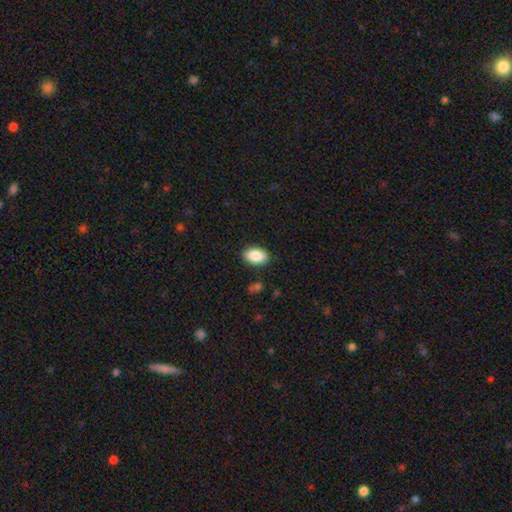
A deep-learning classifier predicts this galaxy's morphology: Smooth or featured?
  - smooth: 87% *
  - star or artifact: 7%
  - featured or disk: 6%
How rounded?
  - in between: 91% *
  - round: 7%
  - cigar-shaped: 2%
Merging?
  - none: 87% *
  - minor disturbance: 9%
  - major disturbance: 2%
  - merger: 1%